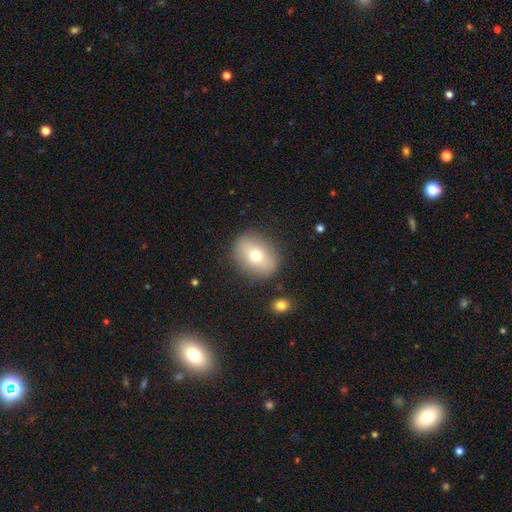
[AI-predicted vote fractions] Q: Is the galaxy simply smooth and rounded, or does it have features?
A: smooth — 68%.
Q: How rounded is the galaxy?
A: in between — 55%.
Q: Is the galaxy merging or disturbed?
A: none — 85%.